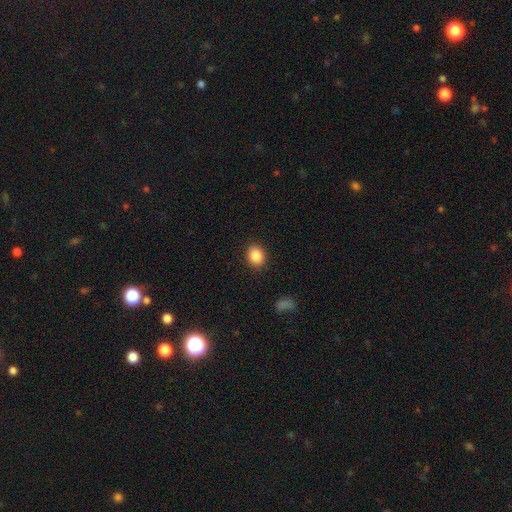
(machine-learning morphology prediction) smooth 87%, star or artifact 9%, featured or disk 4%. Down the decision tree: how rounded — round (57%); merging — none (89%).